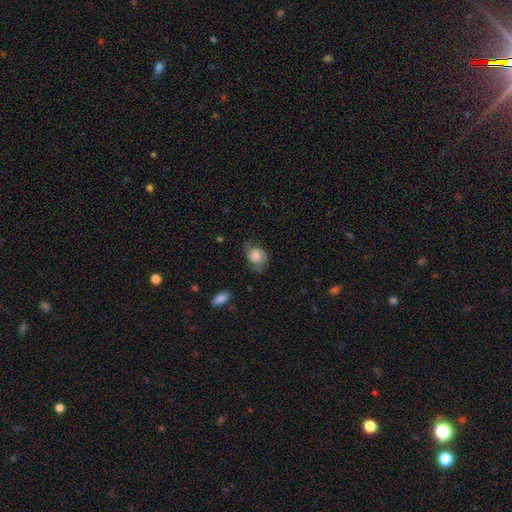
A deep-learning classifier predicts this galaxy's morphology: smooth_or_featured: smooth (p=0.60) [alt: featured or disk p=0.31]
how_rounded: in between (p=0.51) [alt: round p=0.48]
merging: none (p=0.55) [alt: minor disturbance p=0.30]